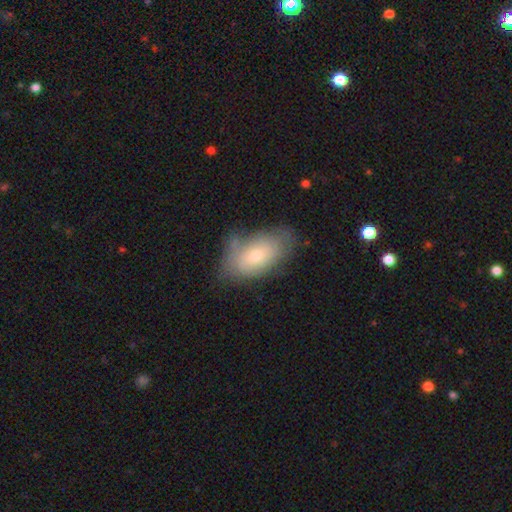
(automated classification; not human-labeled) Smooth or featured? smooth (70%)
How rounded? in between (93%)
Merging? none (57%)